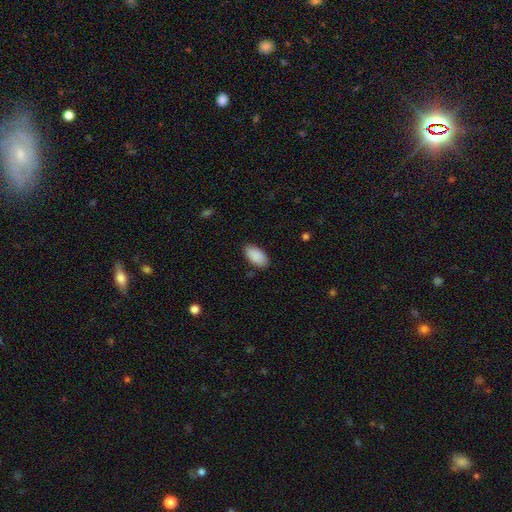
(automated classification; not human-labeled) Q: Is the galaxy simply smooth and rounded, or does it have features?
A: smooth — 90%.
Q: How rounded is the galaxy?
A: in between — 95%.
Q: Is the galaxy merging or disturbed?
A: none — 85%.